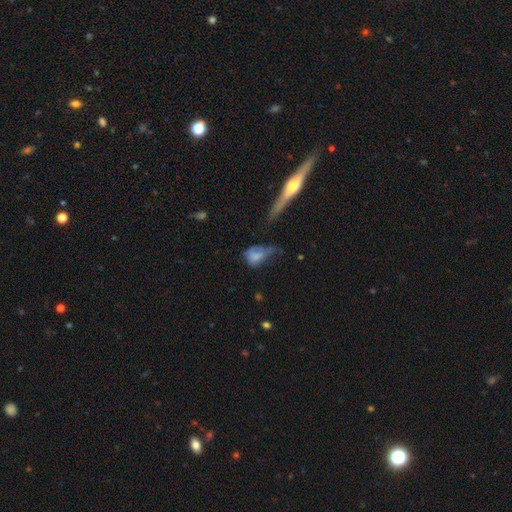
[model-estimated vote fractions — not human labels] Smooth or featured: smooth — 67% (featured or disk — 22%)
How rounded: in between — 74% (round — 22%)
Merging: major disturbance — 39% (minor disturbance — 29%)